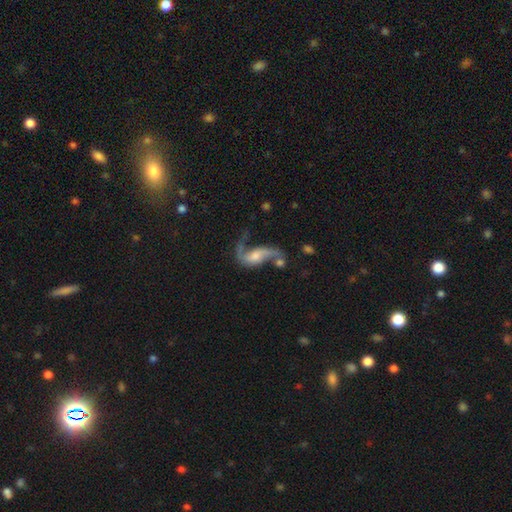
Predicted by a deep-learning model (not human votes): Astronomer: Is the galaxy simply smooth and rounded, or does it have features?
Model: featured or disk — 82%.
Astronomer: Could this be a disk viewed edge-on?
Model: no — 95%.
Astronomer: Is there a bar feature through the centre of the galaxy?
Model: no — 49% (runner-up: weak, 38%).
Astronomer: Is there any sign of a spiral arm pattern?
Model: yes — 93%.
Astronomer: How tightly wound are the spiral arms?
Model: loose — 83%.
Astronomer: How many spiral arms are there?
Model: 2 — 86%.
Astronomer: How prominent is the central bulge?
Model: moderate — 41% (runner-up: small, 33%).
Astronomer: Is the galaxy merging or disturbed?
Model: none — 42% (runner-up: major disturbance, 23%).